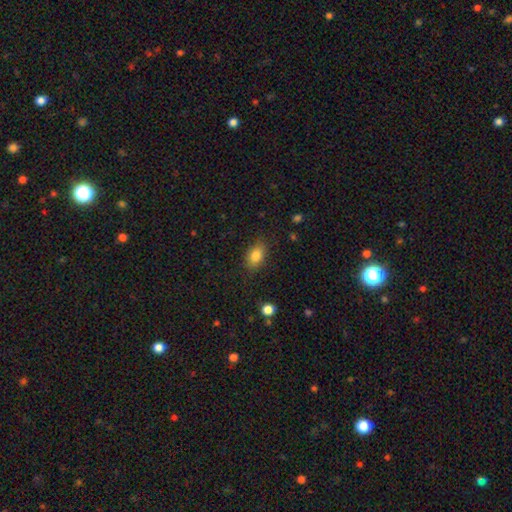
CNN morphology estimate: Smooth or featured? Predicted: smooth (p=0.82). How rounded? Predicted: in between (p=0.83). Merging? Predicted: none (p=0.81).